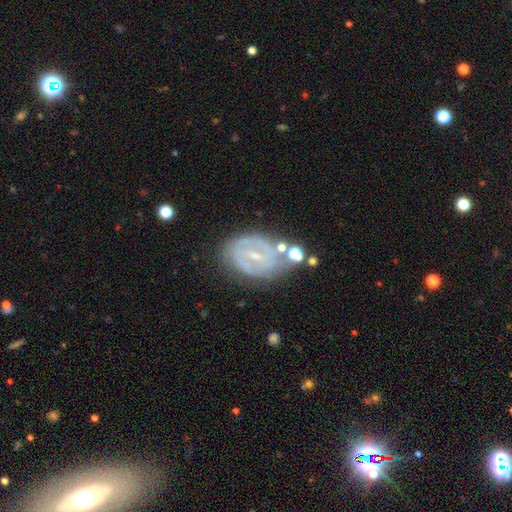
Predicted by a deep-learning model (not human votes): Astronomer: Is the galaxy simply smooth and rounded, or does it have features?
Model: featured or disk — 78%.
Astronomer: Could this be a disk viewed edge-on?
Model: no — 96%.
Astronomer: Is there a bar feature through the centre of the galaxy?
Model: weak — 46% (runner-up: strong, 31%).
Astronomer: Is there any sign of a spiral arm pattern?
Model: yes — 80%.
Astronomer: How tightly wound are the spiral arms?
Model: tight — 57%.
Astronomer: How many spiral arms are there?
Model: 2 — 51% (runner-up: can't tell, 31%).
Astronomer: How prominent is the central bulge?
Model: small — 74%.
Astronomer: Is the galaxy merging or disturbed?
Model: none — 63%.